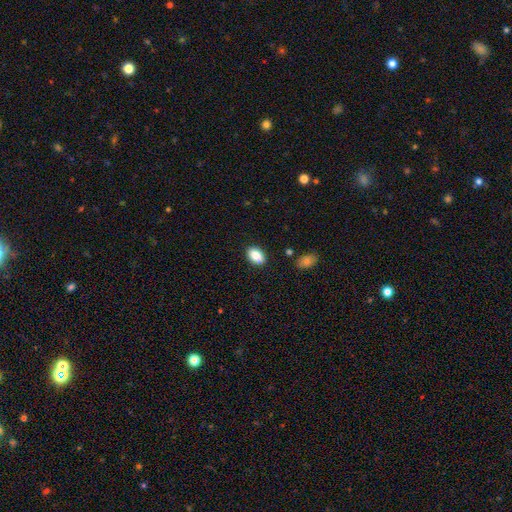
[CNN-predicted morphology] This appears to be a smooth galaxy with no disk features (86%) that is in between round and cigar-shaped (86%). Merging: none (86%).